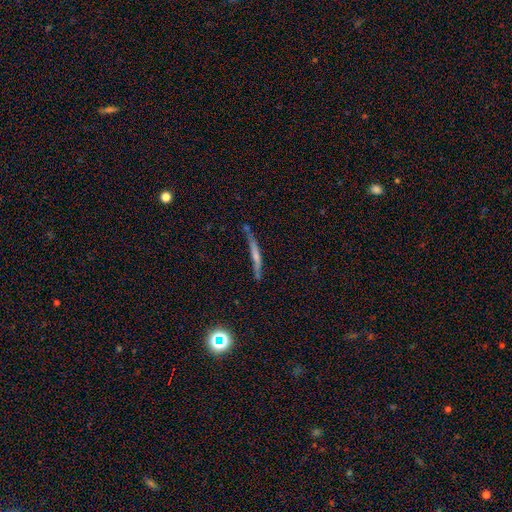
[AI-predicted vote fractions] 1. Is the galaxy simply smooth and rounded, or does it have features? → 46% smooth, 45% featured or disk, 10% star or artifact.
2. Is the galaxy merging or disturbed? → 66% none, 21% minor disturbance, 7% merger, 6% major disturbance.